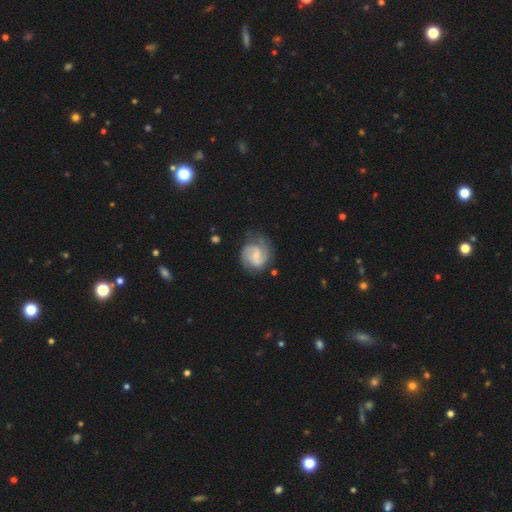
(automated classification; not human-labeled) Smooth or featured? Predicted: featured or disk (p=0.81). Edge-on disk? Predicted: no (p=0.98). Bar? Predicted: weak (p=0.47). Spiral arms? Predicted: yes (p=0.96). Spiral winding? Predicted: medium (p=0.48). Spiral arm count? Predicted: 2 (p=0.81). Bulge size? Predicted: small (p=0.61). Merging? Predicted: none (p=0.70).